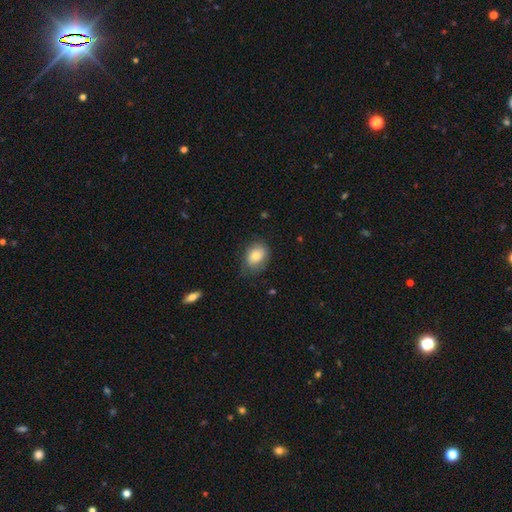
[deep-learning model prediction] Smooth or featured: smooth — 80% (featured or disk — 13%)
How rounded: in between — 68% (round — 31%)
Merging: none — 65% (minor disturbance — 26%)